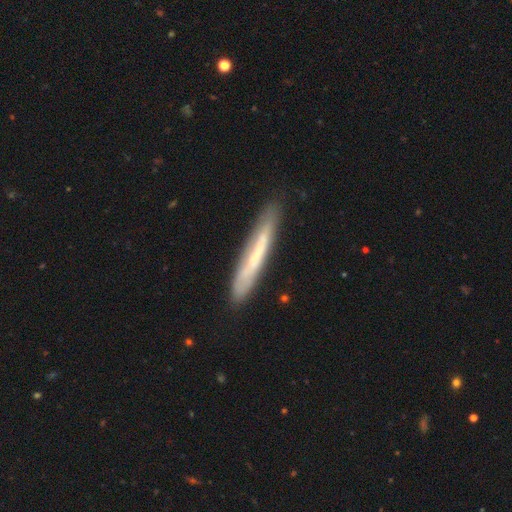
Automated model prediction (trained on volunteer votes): A smooth galaxy with no disk features (48%). Merging: none (81%).